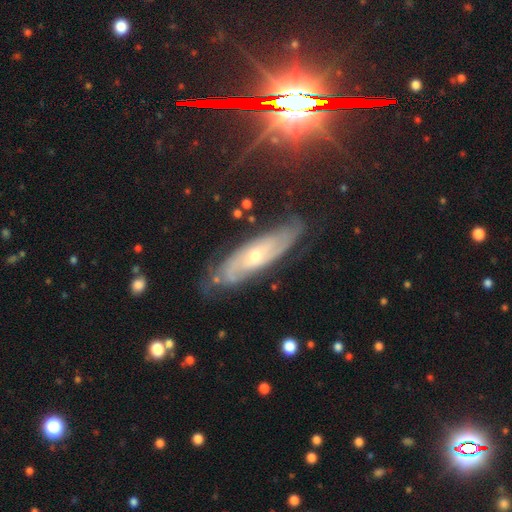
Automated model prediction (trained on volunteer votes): Smooth or featured? Predicted: featured or disk (p=0.78). Edge-on disk? Predicted: no (p=0.77). Bar? Predicted: no (p=0.67). Spiral arms? Predicted: yes (p=0.90). Spiral winding? Predicted: tight (p=0.64). Spiral arm count? Predicted: can't tell (p=0.48). Bulge size? Predicted: small (p=0.58). Merging? Predicted: none (p=0.77).